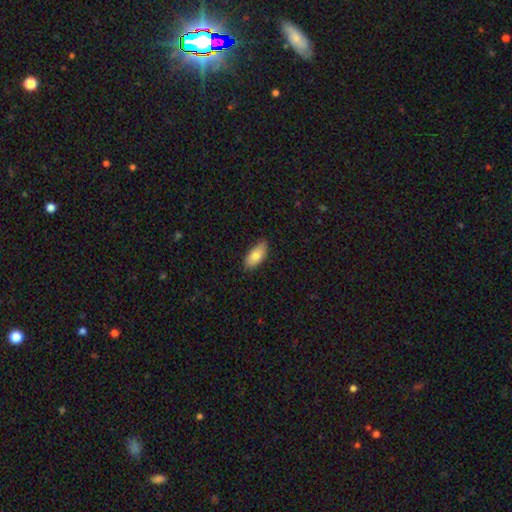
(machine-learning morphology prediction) Smooth or featured? Predicted: smooth (p=0.78). How rounded? Predicted: in between (p=0.90). Merging? Predicted: none (p=0.78).